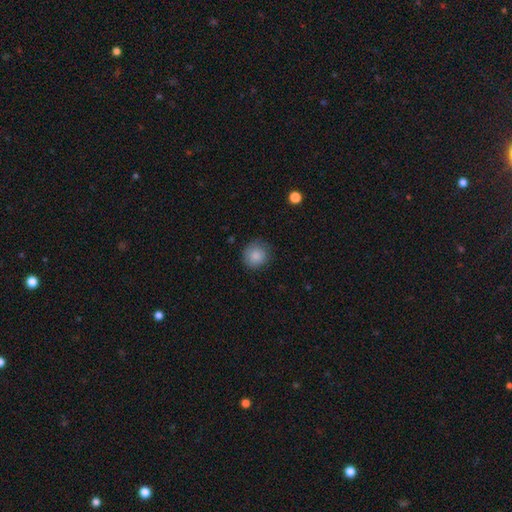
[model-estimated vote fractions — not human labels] Smooth or featured? Predicted: smooth (p=0.86). How rounded? Predicted: round (p=0.90). Merging? Predicted: none (p=0.80).